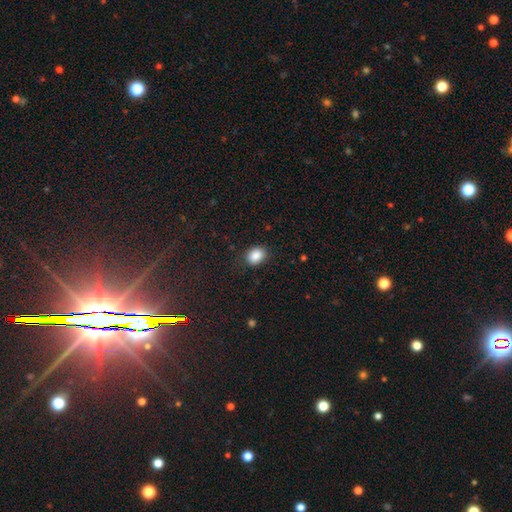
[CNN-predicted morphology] smooth_or_featured: smooth (p=0.88) [alt: star or artifact p=0.09]
how_rounded: in between (p=0.68) [alt: round p=0.31]
merging: none (p=0.84) [alt: minor disturbance p=0.12]